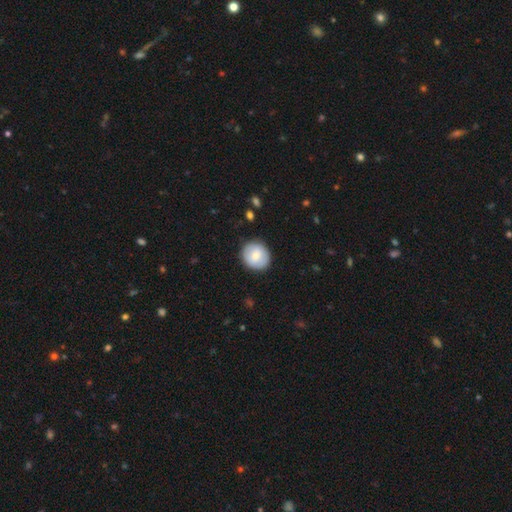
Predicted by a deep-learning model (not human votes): Overall: smooth (73%). How rounded: round (87%). Merging: none (88%).